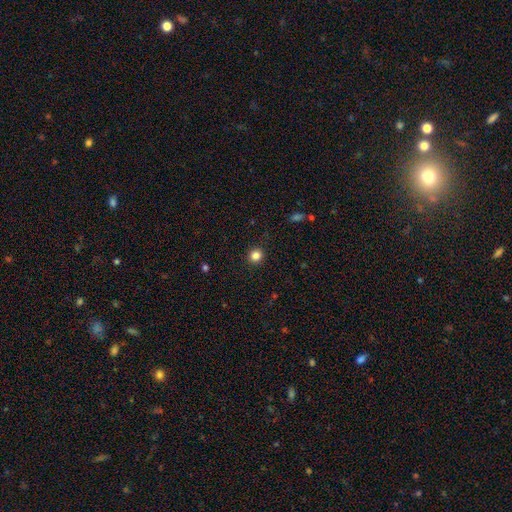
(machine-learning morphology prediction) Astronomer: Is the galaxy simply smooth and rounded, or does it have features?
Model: smooth — 83%.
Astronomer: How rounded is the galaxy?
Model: round — 90%.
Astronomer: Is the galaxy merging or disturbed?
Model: none — 92%.